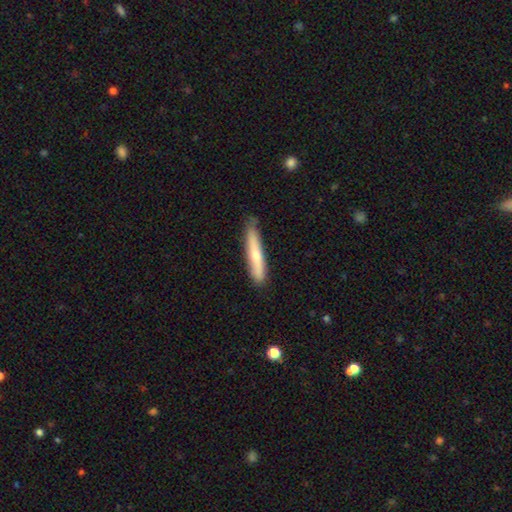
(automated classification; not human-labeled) The model was most divided on "smooth or featured": smooth: 60%, featured or disk: 35%, star or artifact: 6%. More confident: how rounded — cigar-shaped (91%); merging — none (77%).